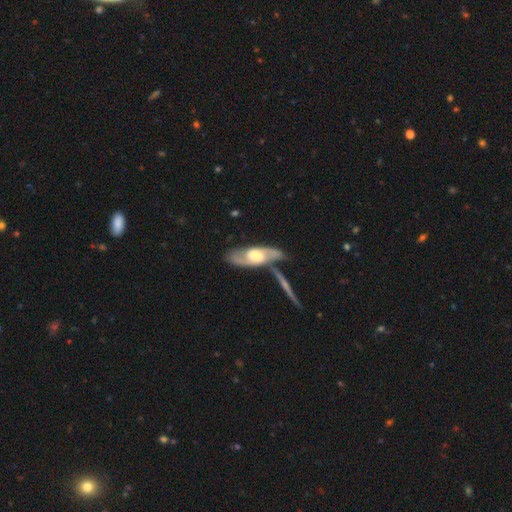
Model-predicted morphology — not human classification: type=featured or disk (75%); edge-on=no (78%); bar=weak (41%); spiral arms=yes (87%); bulge=moderate (48%); merging=none (62%).